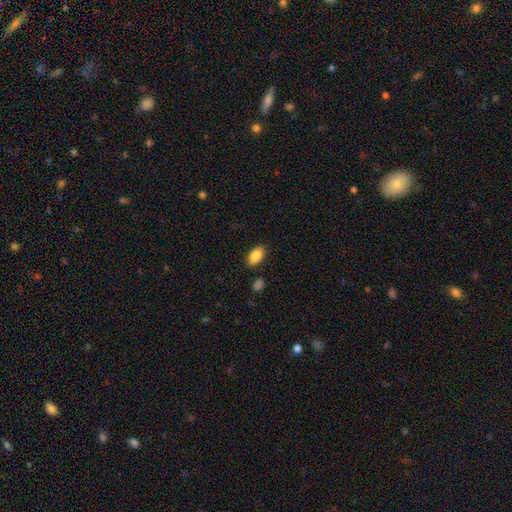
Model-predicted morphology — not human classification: Smooth or featured: smooth — 87% (star or artifact — 7%)
How rounded: in between — 93% (round — 4%)
Merging: none — 86% (minor disturbance — 9%)